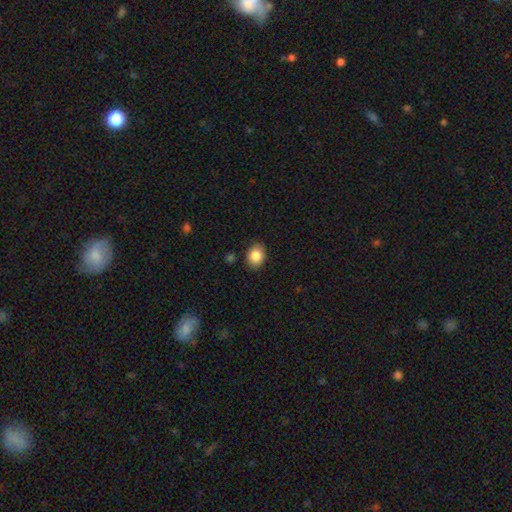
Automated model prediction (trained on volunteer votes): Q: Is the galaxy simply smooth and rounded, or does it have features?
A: smooth — 85%.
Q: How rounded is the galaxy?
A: in between — 51%.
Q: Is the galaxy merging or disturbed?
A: none — 85%.